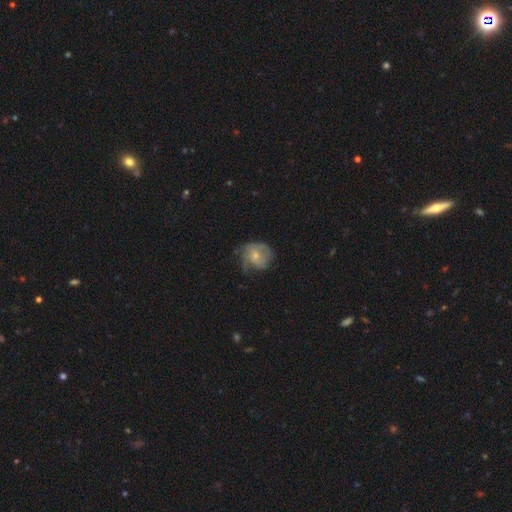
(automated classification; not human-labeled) This is possibly a featured or disk galaxy (57%). It is clearly not viewed edge-on (97%). Bar: clearly no (80%). Spiral arm pattern: likely yes (73%). Central bulge: likely small (63%). Merging: possibly none (47%).